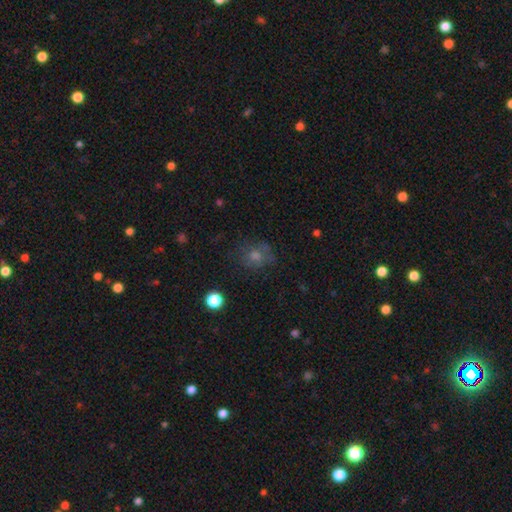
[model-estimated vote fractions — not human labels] smooth-or-featured: smooth: 52% | star or artifact: 28% | featured or disk: 20%
  how-rounded: round: 75% | in between: 24% | cigar-shaped: 1%
  merging: none: 72% | minor disturbance: 17% | major disturbance: 9% | merger: 2%